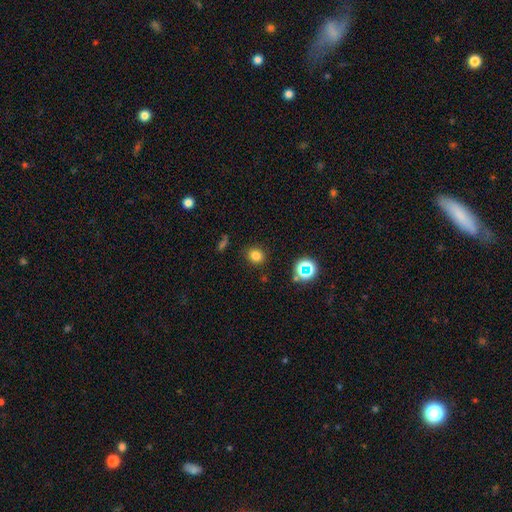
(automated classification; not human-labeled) Overall: smooth (77%). How rounded: round (78%). Merging: none (87%).